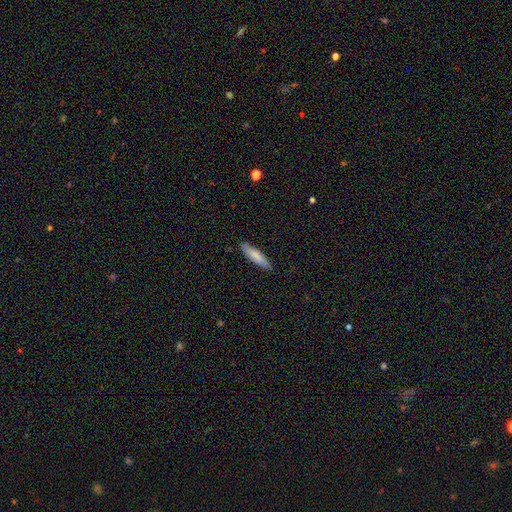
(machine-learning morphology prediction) Smooth or featured? Predicted: smooth (p=0.81). How rounded? Predicted: cigar-shaped (p=0.79). Merging? Predicted: none (p=0.87).